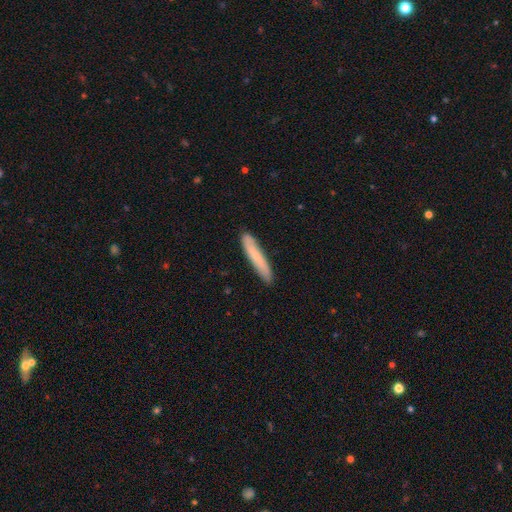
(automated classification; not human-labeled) This is likely a smooth galaxy (69%). How rounded: clearly cigar-shaped (93%). Merging: clearly none (87%).